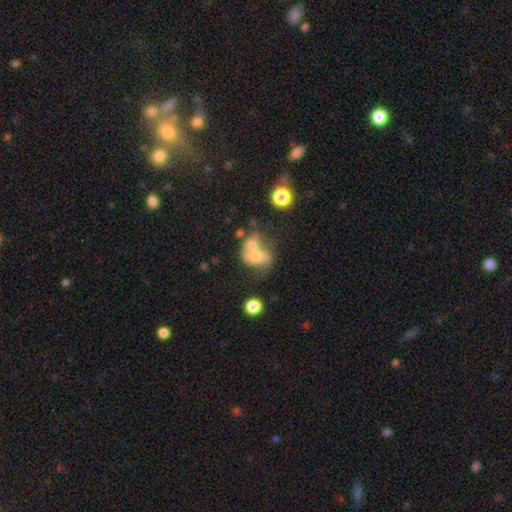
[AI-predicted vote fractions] Overall: smooth (45%; featured or disk 43%). Merging: merger (57%; none 20%).